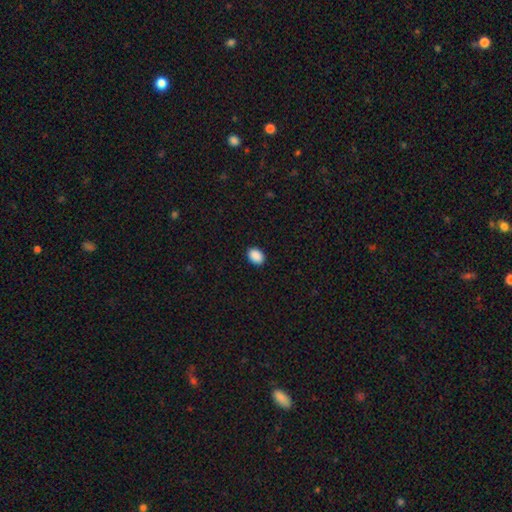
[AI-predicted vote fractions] Smooth or featured? smooth (90%)
How rounded? in between (75%)
Merging? none (90%)